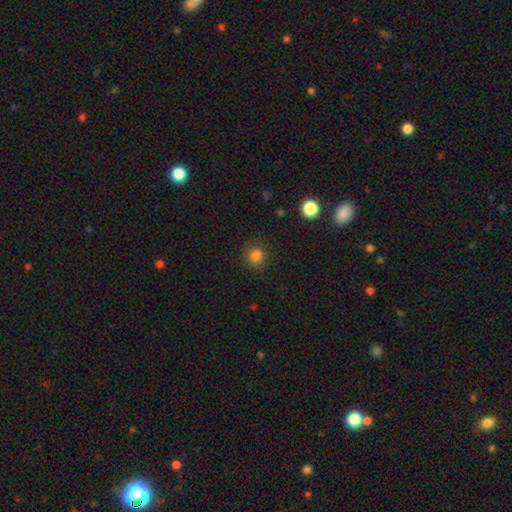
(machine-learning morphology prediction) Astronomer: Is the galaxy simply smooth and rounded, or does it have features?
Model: smooth — 82%.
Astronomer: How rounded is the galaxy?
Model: round — 88%.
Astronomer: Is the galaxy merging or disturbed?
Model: none — 85%.